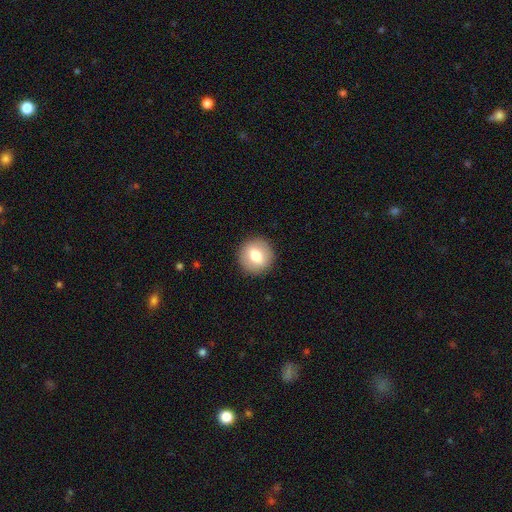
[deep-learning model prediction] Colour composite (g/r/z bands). It shows a smooth galaxy with no disk features (72%) that is round (88%). Merging: none (90%).